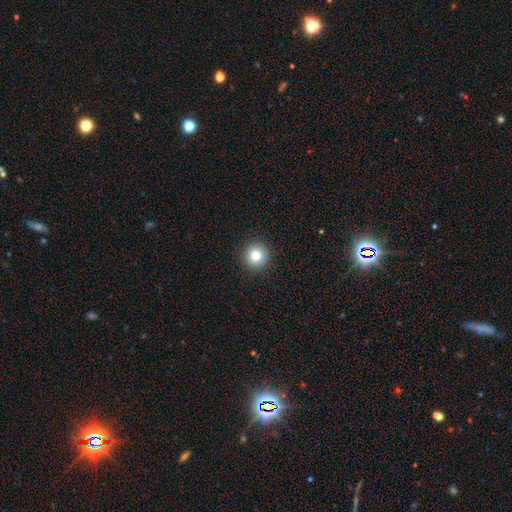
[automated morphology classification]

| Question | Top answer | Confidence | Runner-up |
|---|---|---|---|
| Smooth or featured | smooth | 79% | star or artifact (12%) |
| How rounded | round | 96% | in between (3%) |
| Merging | none | 93% | minor disturbance (5%) |